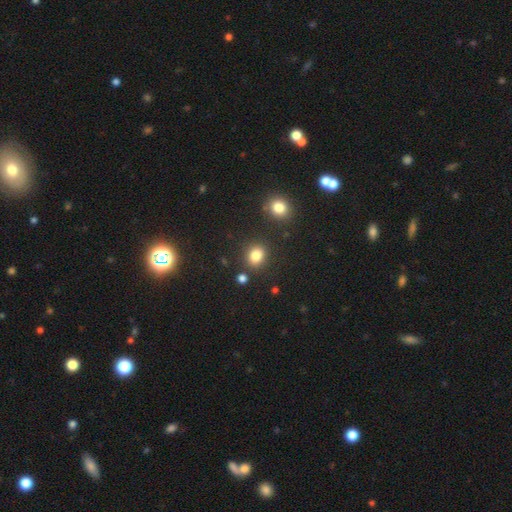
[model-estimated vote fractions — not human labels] Q: Smooth or featured?
A: smooth (83%); runner-up: star or artifact (12%)
Q: How rounded?
A: round (64%); runner-up: in between (35%)
Q: Merging?
A: none (82%); runner-up: minor disturbance (9%)